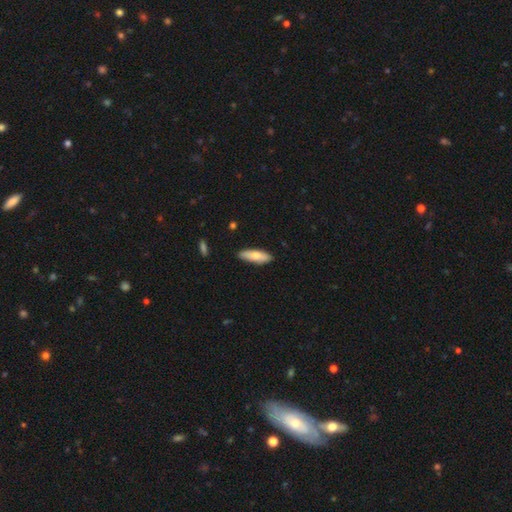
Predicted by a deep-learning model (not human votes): This is likely a smooth galaxy (72%). How rounded: possibly in between (49%, tied with cigar-shaped). Merging: clearly none (88%).